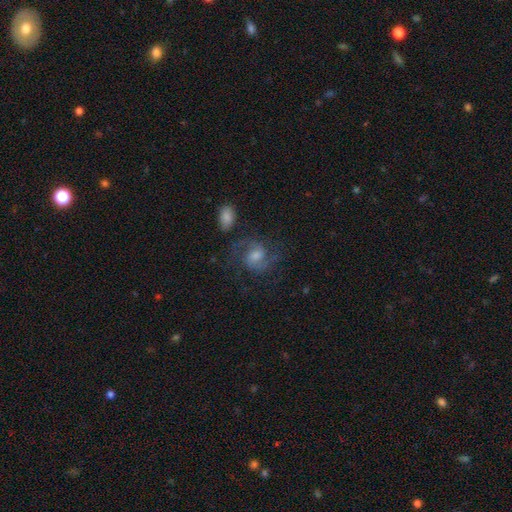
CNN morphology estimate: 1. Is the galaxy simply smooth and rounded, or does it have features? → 80% featured or disk, 11% smooth, 9% star or artifact.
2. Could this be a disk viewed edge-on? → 98% no, 2% yes.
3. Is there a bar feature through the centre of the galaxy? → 49% weak, 40% no, 11% strong.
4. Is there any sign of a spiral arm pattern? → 96% yes, 4% no.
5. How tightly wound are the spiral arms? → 59% medium, 21% tight, 20% loose.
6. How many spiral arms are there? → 88% 2, 5% can't tell, 3% 3, 2% 1, 1% 4, 1% more than 4.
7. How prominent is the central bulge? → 51% moderate, 27% small, 13% large, 6% none, 2% dominant.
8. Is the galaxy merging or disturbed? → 72% none, 15% minor disturbance, 10% major disturbance, 3% merger.